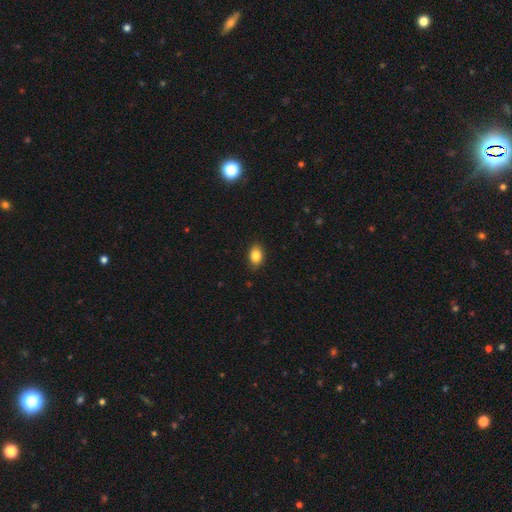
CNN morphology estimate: This appears to be a smooth galaxy with no disk features (86%) that is in between round and cigar-shaped (84%). Merging: none (85%).